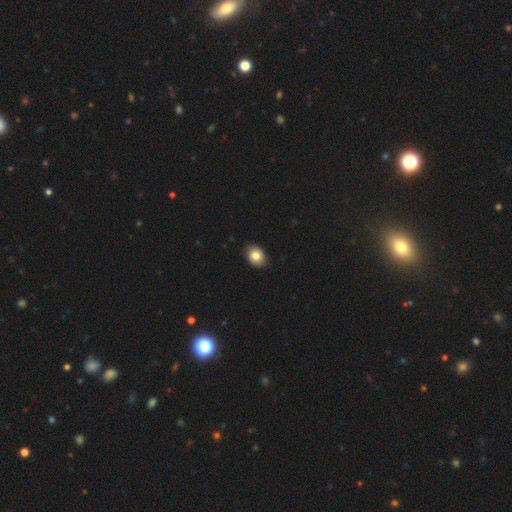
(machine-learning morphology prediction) Smooth or featured? smooth (83%)
How rounded? in between (68%)
Merging? none (87%)